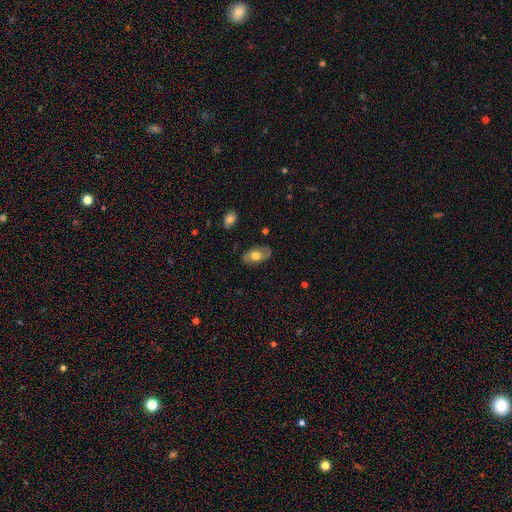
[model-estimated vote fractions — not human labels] A smooth galaxy with no disk features (53%) that is in between round and cigar-shaped (91%).

Vote fractions:
- Smooth or featured? smooth: 53% / featured or disk: 40% / star or artifact: 7%
- How rounded? in between: 91% / round: 6% / cigar-shaped: 3%
- Merging? none: 81% / minor disturbance: 15% / major disturbance: 3% / merger: 1%